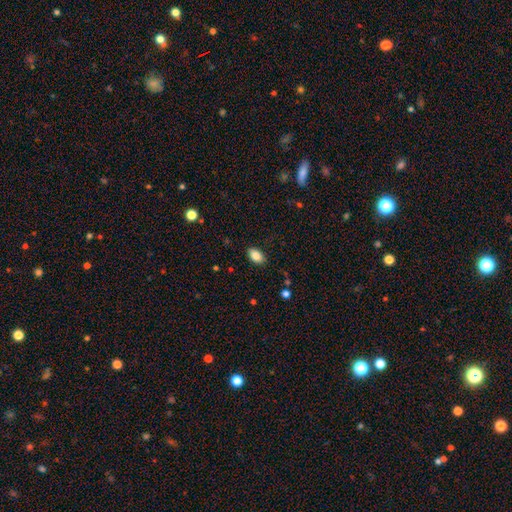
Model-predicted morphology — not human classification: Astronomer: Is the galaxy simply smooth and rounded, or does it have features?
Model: smooth — 85%.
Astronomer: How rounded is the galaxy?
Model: in between — 89%.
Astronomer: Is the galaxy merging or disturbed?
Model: none — 87%.